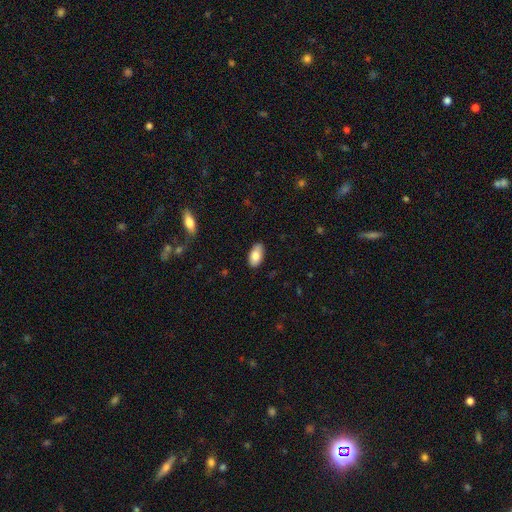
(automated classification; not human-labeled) Overall: smooth (83%). How rounded: in between (94%). Merging: none (83%).